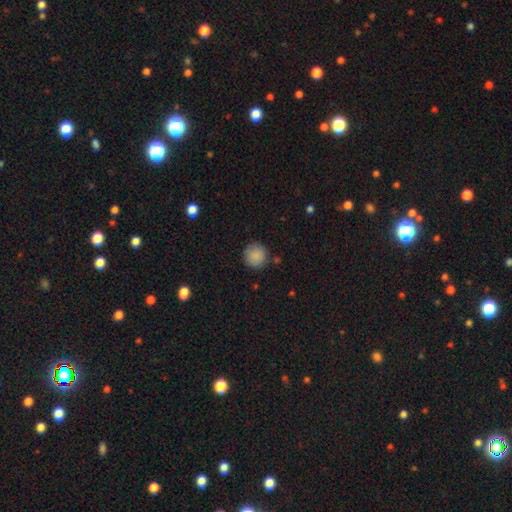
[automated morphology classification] This appears to be a smooth galaxy with no disk features (88%) that is round (94%). Merging: none (85%).